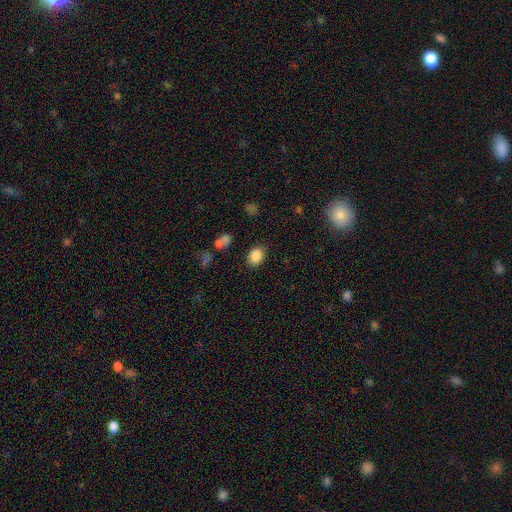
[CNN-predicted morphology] Overall: smooth (85%). How rounded: in between (57%; round 42%). Merging: none (83%).